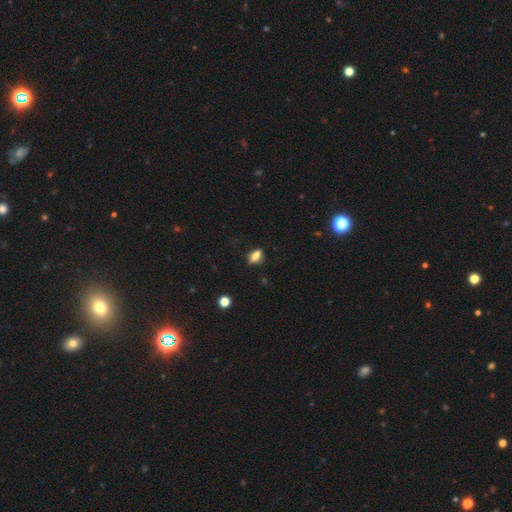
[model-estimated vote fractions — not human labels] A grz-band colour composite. It shows a smooth galaxy with no disk features (67%) that is in between round and cigar-shaped (68%). Merging: none (71%).